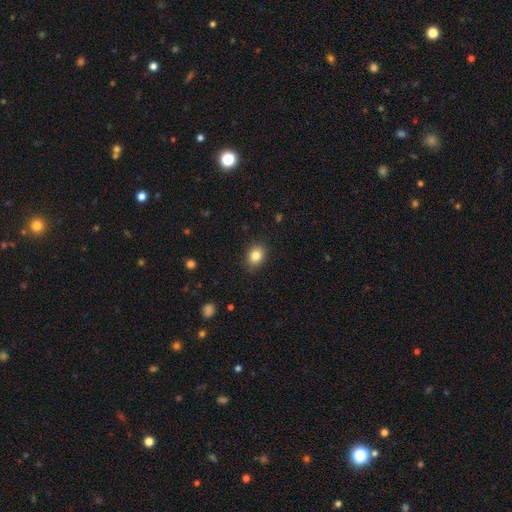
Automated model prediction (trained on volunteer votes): This appears to be a smooth galaxy with no disk features (84%) that is in between round and cigar-shaped (64%). Merging: none (86%).